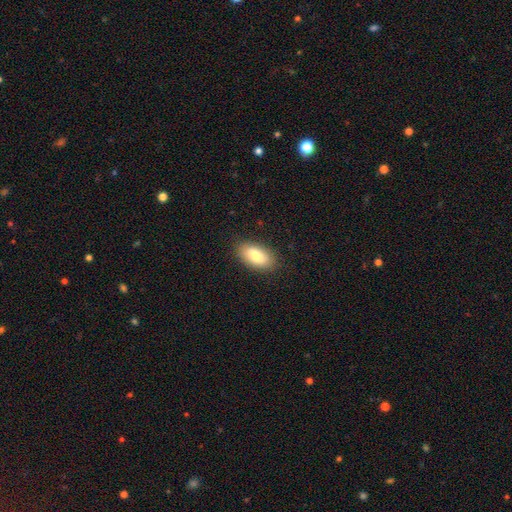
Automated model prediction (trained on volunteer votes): A smooth galaxy with no disk features (83%) that is in between round and cigar-shaped (90%).

Vote fractions:
- Smooth or featured? smooth: 83% / featured or disk: 11% / star or artifact: 7%
- How rounded? in between: 90% / cigar-shaped: 7% / round: 3%
- Merging? none: 87% / minor disturbance: 9% / major disturbance: 2% / merger: 1%